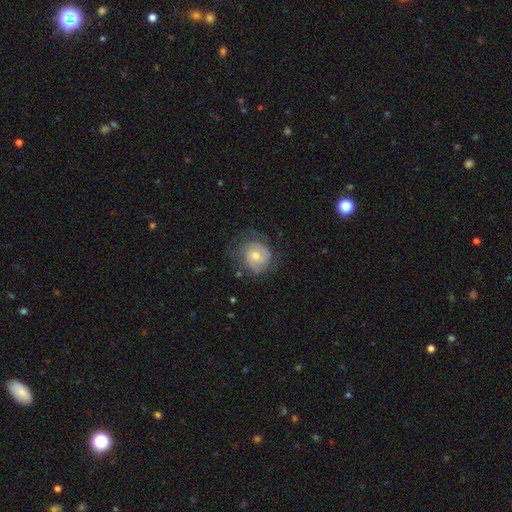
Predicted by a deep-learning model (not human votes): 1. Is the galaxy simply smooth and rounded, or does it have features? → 66% featured or disk, 28% smooth, 6% star or artifact.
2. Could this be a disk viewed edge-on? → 98% no, 2% yes.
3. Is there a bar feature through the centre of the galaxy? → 70% no, 26% weak, 4% strong.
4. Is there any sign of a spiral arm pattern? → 86% yes, 14% no.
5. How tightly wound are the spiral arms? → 57% tight, 31% medium, 12% loose.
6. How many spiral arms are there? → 50% 2, 28% can't tell, 9% 3, 8% 1, 3% 4, 2% more than 4.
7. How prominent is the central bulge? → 58% moderate, 36% small, 3% large, 1% none, 1% dominant.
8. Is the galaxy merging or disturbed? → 61% none, 23% minor disturbance, 15% major disturbance, 1% merger.